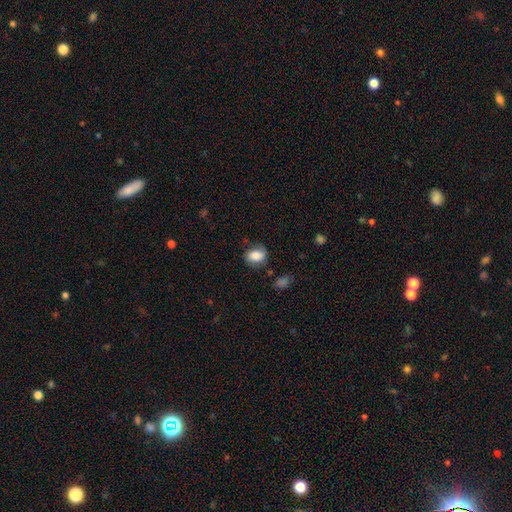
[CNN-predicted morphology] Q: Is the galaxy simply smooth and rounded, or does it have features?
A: smooth — 78%.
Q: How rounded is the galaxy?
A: in between — 68%.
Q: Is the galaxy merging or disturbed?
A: none — 65%.